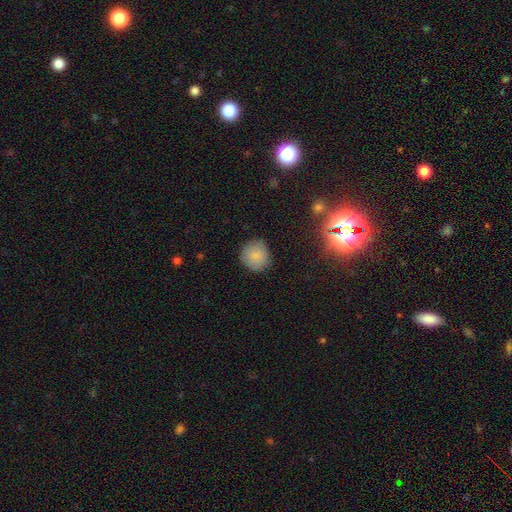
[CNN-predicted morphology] Q: Smooth or featured?
A: smooth (84%); runner-up: star or artifact (9%)
Q: How rounded?
A: round (89%); runner-up: in between (10%)
Q: Merging?
A: none (86%); runner-up: minor disturbance (11%)